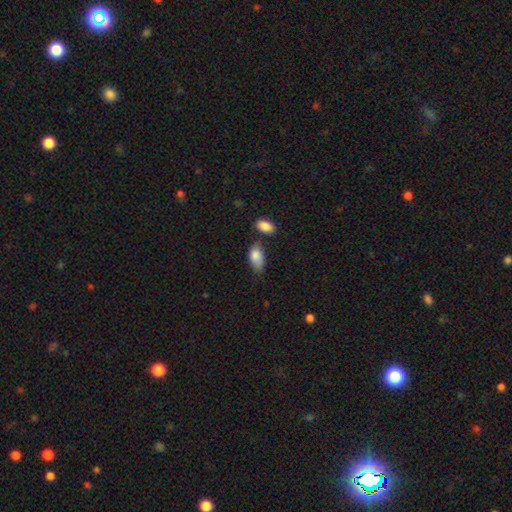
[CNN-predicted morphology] Smooth or featured? smooth (84%)
How rounded? in between (92%)
Merging? none (45%)